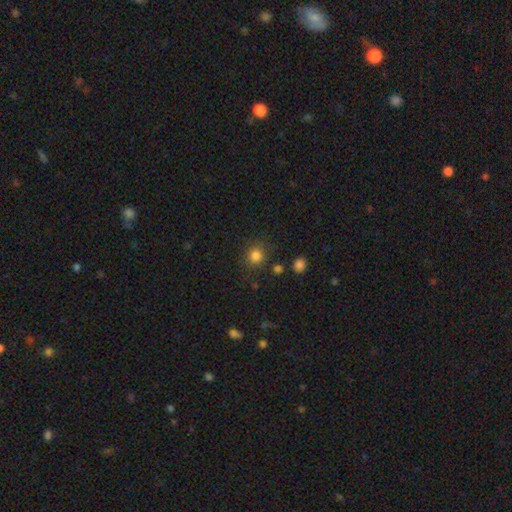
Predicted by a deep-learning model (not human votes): Morphology: type=smooth (83%); roundness=round (87%); merging=none (82%).